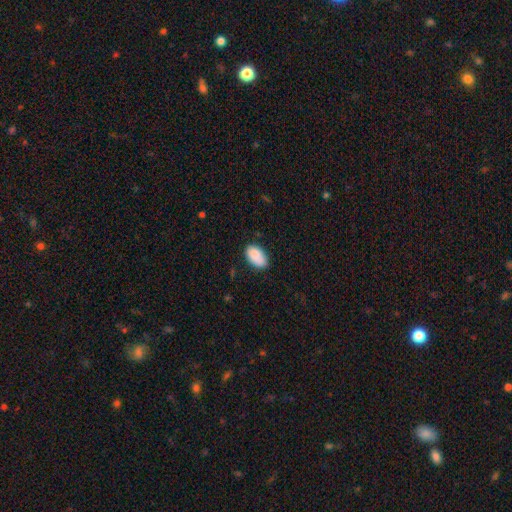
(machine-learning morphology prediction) This appears to be a smooth galaxy with no disk features (89%) that is in between round and cigar-shaped (94%). Merging: none (79%).